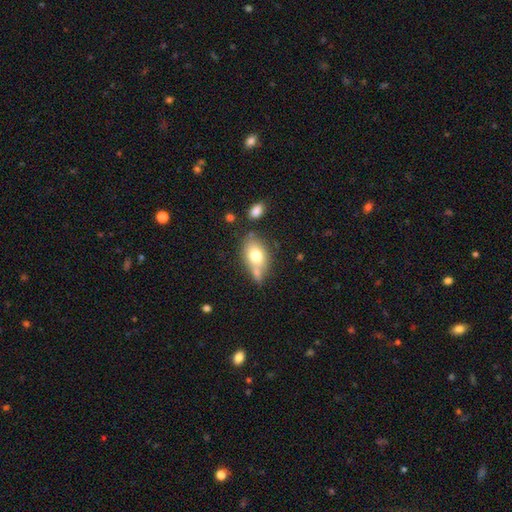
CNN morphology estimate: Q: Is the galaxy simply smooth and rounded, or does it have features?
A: smooth — 73%.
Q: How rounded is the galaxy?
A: in between — 83%.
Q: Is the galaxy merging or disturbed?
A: none — 51%.